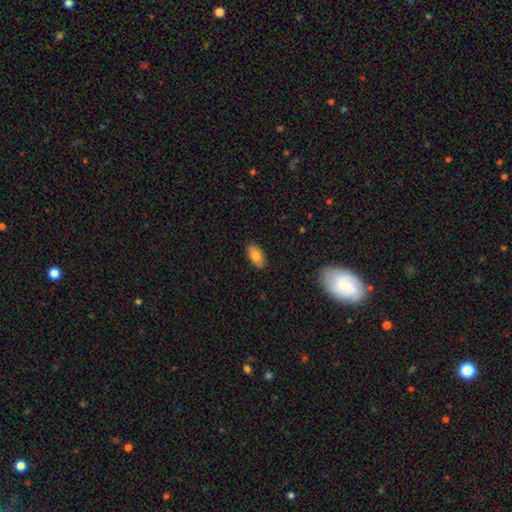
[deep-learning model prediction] smooth 81%, featured or disk 12%, star or artifact 7%. Down the decision tree: how rounded — in between (92%); merging — none (87%).